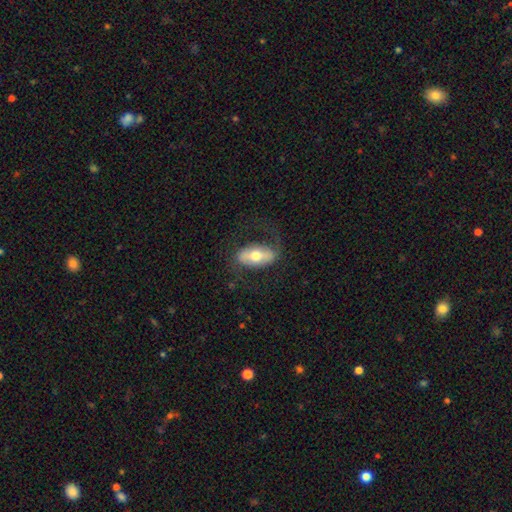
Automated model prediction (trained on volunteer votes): The model was most divided on "smooth or featured": featured or disk: 52%, smooth: 42%, star or artifact: 6%. More confident: edge-on disk — no (83%); merging — none (67%).